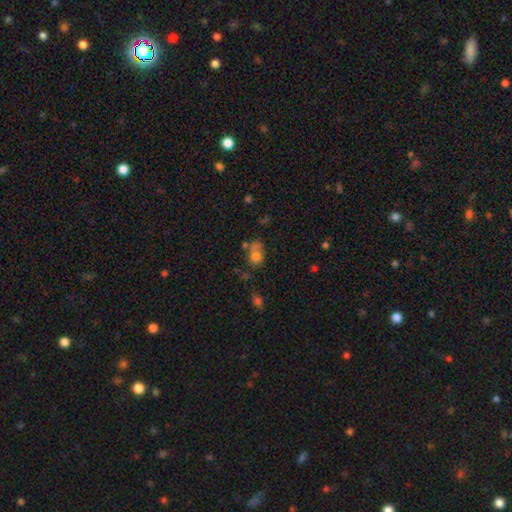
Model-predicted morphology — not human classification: Smooth or featured? smooth (71%)
How rounded? round (57%)
Merging? none (36%)